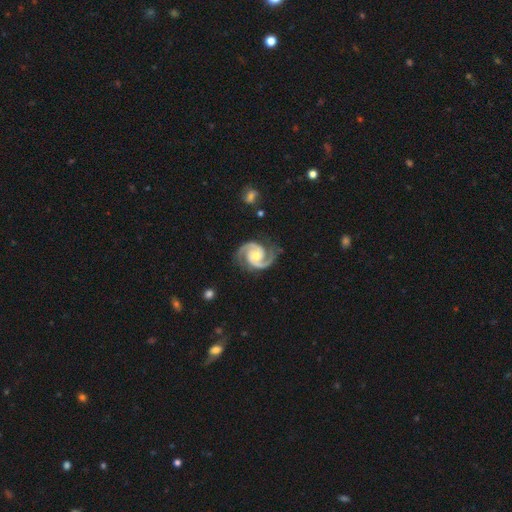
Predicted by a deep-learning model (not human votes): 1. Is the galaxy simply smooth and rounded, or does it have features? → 94% featured or disk, 3% star or artifact, 2% smooth.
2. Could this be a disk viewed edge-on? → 98% no, 2% yes.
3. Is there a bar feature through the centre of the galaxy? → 59% no, 30% weak, 11% strong.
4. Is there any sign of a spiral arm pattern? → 99% yes, 1% no.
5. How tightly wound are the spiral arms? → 55% medium, 38% tight, 7% loose.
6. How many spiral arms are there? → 94% 2, 1% 3, 1% can't tell, 1% 1, 1% 4, 1% more than 4.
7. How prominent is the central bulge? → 55% moderate, 38% small, 3% large, 3% none, 1% dominant.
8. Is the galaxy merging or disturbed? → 83% none, 13% minor disturbance, 3% major disturbance, 1% merger.